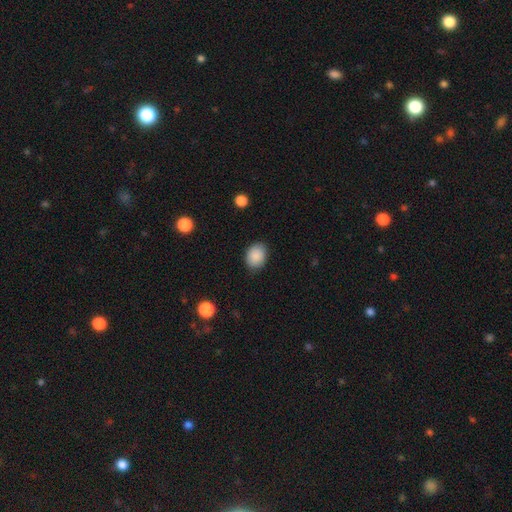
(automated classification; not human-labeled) smooth 89%, star or artifact 8%, featured or disk 3%. Down the decision tree: how rounded — in between (59%); merging — none (83%).